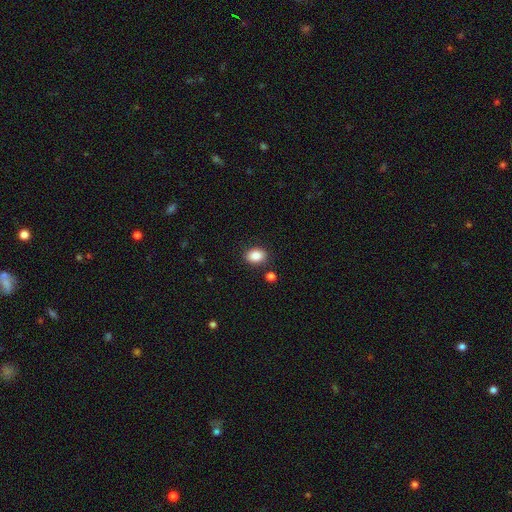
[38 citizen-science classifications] smooth-or-featured: smooth: 82% | featured or disk: 11% | star or artifact: 8%
  how-rounded: in between: 74% | round: 26% | cigar-shaped: 0%
  merging: none: 89% | minor disturbance: 9% | merger: 3% | major disturbance: 0%